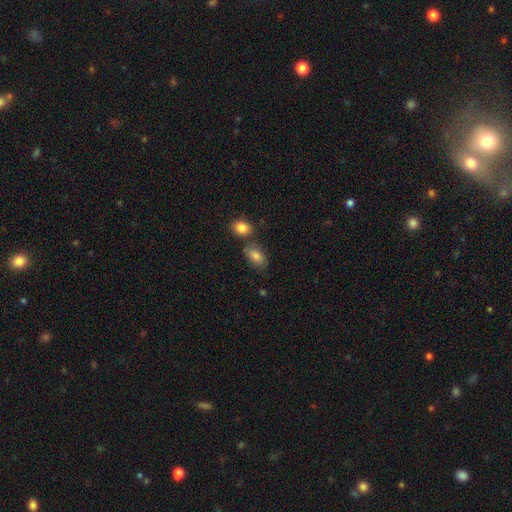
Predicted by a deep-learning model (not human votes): Morphology: type=smooth (82%); roundness=in between (89%); merging=none (65%).